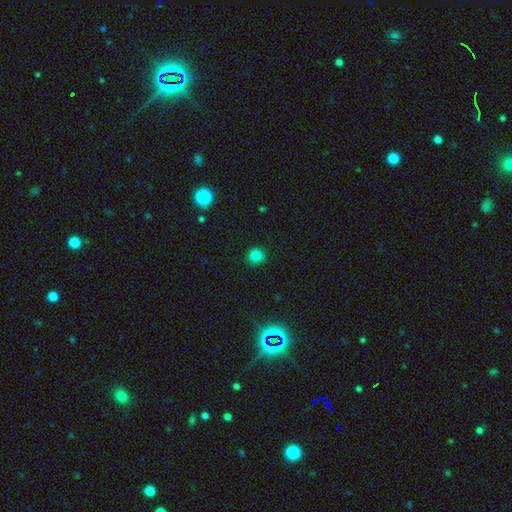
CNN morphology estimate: Smooth or featured? smooth (82%)
How rounded? round (91%)
Merging? none (88%)